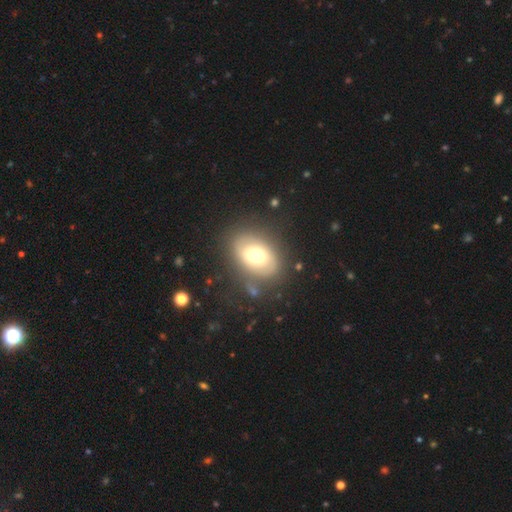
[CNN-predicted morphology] A smooth galaxy with no disk features (47%). Merging: none (70%).